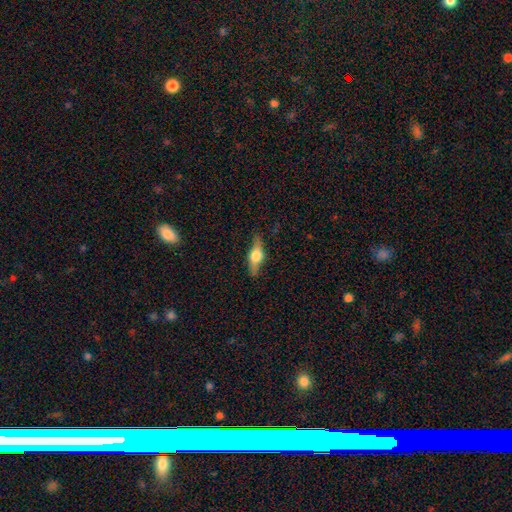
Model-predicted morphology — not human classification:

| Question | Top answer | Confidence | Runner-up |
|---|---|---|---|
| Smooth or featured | featured or disk | 56% | smooth (38%) |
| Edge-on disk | yes | 92% | no (8%) |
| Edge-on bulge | rounded | 94% | boxy (4%) |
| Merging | none | 84% | minor disturbance (12%) |